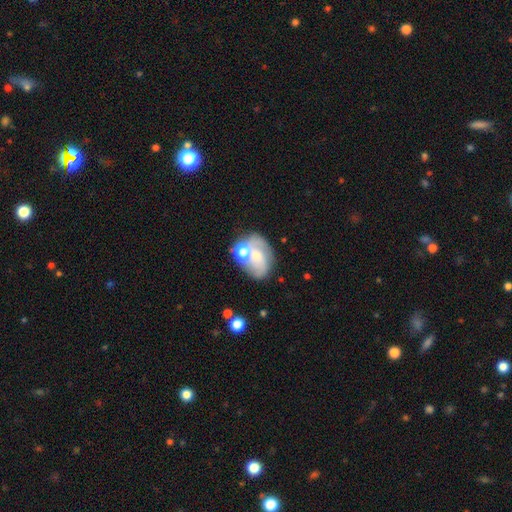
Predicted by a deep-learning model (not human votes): A featured or disk galaxy (56%) with no bar (73%), spiral arms (63%) and a moderate central bulge (45%). Merging: merger (37%).